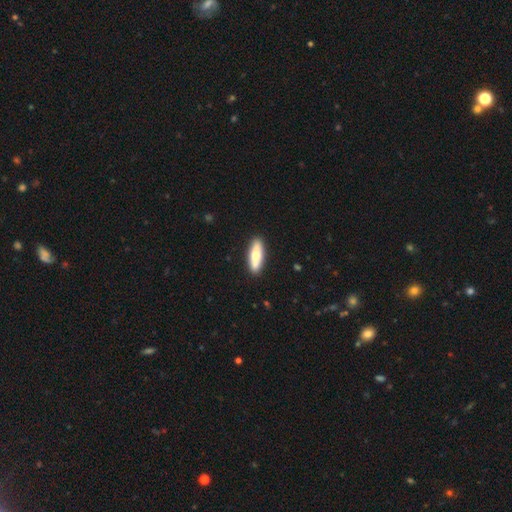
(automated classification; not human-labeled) A smooth galaxy with no disk features (63%) that is in between round and cigar-shaped (50%).

Vote fractions:
- Smooth or featured? smooth: 63% / featured or disk: 32% / star or artifact: 5%
- How rounded? in between: 50% / cigar-shaped: 48% / round: 2%
- Merging? none: 90% / minor disturbance: 7% / major disturbance: 2% / merger: 1%